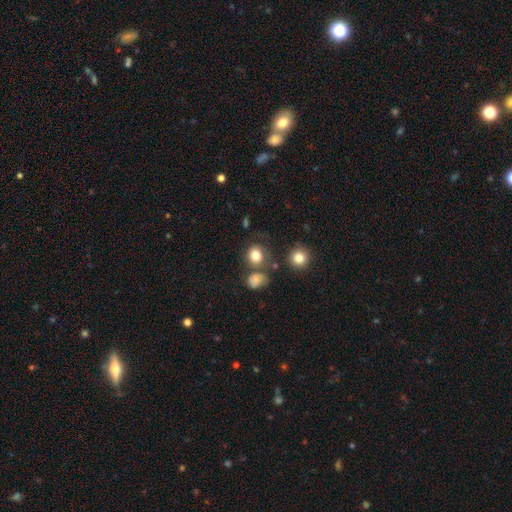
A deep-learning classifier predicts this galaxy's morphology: smooth 80%, star or artifact 12%, featured or disk 8%. Down the decision tree: how rounded — round (77%); merging — none (68%).